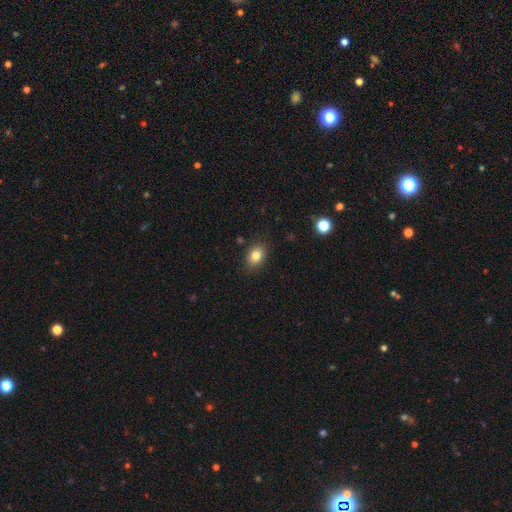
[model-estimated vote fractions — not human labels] Smooth or featured? Predicted: smooth (p=0.81). How rounded? Predicted: in between (p=0.73). Merging? Predicted: none (p=0.87).